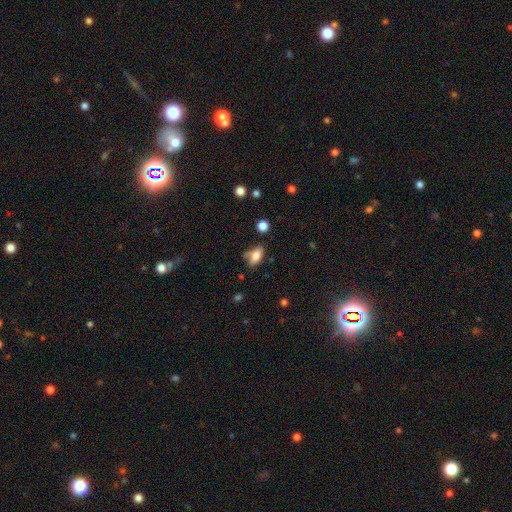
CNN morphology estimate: type=smooth (78%); roundness=in between (87%); merging=none (58%).